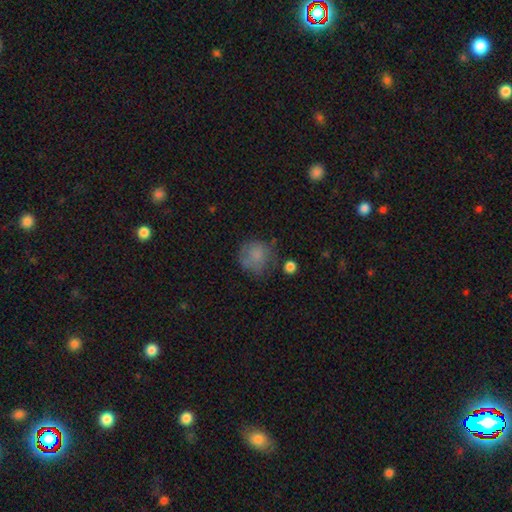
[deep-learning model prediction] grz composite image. It shows a smooth galaxy with no disk features (73%) that is round (85%). Merging: none (54%).